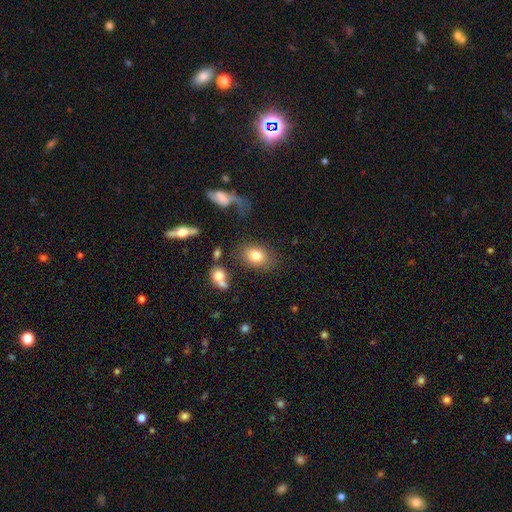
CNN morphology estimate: Smooth or featured?
  - smooth: 78% *
  - featured or disk: 13%
  - star or artifact: 10%
How rounded?
  - in between: 72% *
  - round: 27%
  - cigar-shaped: 1%
Merging?
  - none: 73% *
  - minor disturbance: 14%
  - major disturbance: 7%
  - merger: 6%